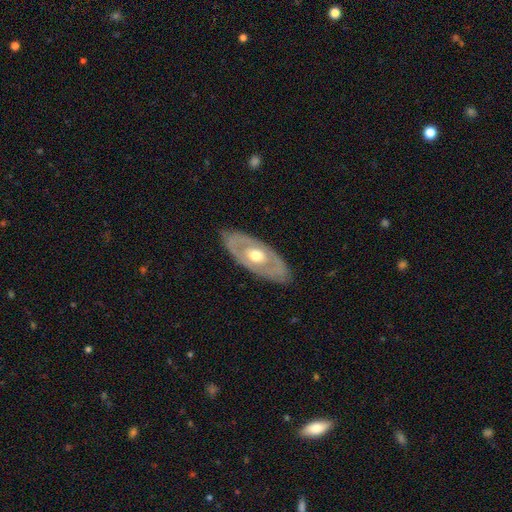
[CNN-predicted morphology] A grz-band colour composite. It shows a featured or disk galaxy (64%) with no bar (88%), no spiral arms (82%) and a moderate central bulge (75%). Merging: none (82%).